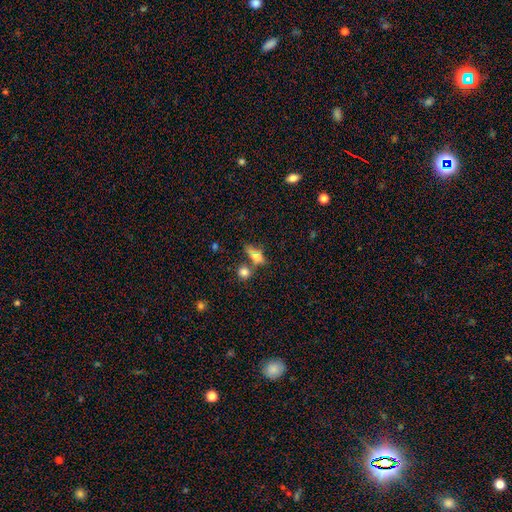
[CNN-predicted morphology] smooth-or-featured: smooth: 62% | featured or disk: 26% | star or artifact: 12%
  how-rounded: in between: 61% | cigar-shaped: 29% | round: 10%
  merging: none: 52% | merger: 25% | minor disturbance: 15% | major disturbance: 7%